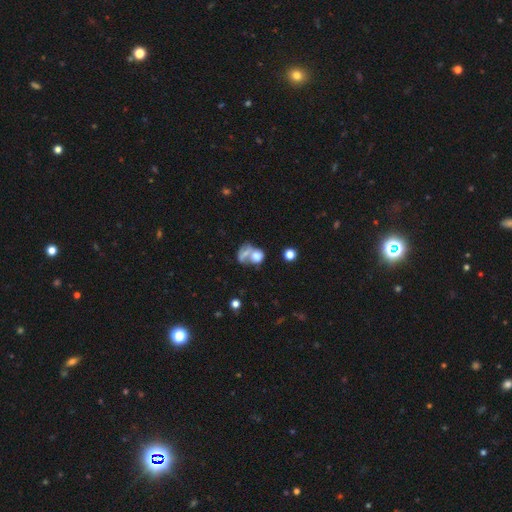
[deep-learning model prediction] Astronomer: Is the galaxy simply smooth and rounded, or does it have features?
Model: smooth — 66%.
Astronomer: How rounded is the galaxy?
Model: round — 52% (runner-up: in between, 46%).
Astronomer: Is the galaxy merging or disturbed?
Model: merger — 56%.